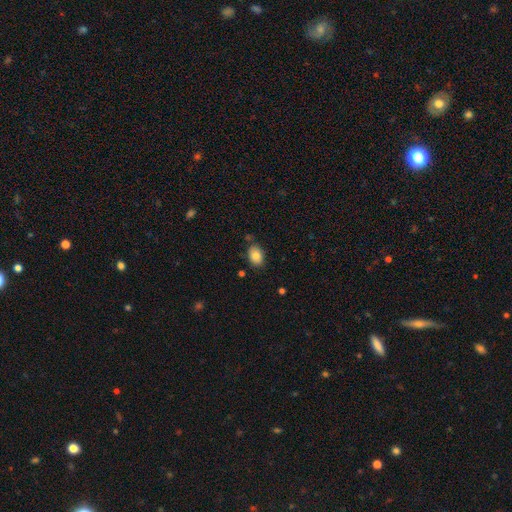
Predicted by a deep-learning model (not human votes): Morphology: type=smooth (83%); roundness=in between (83%); merging=none (79%).